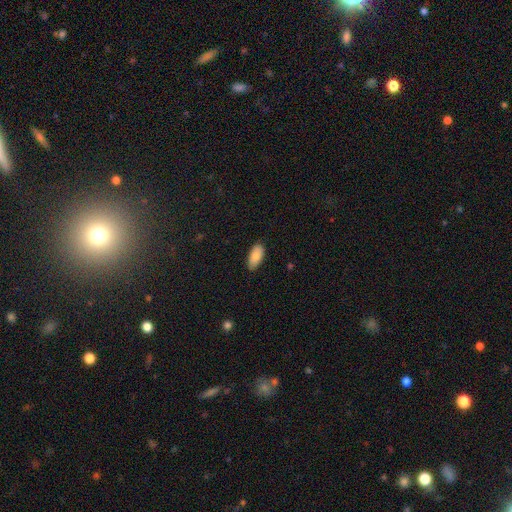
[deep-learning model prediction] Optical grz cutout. It shows a smooth galaxy with no disk features (87%) that is in between round and cigar-shaped (91%). Merging: none (83%).